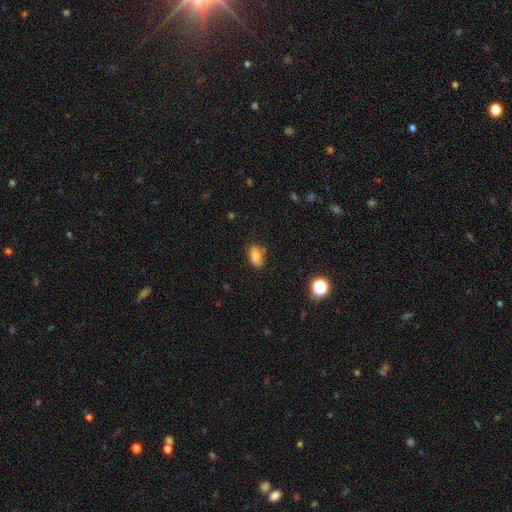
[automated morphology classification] smooth_or_featured: smooth (p=0.76) [alt: featured or disk p=0.13]
how_rounded: in between (p=0.88) [alt: round p=0.09]
merging: none (p=0.68) [alt: minor disturbance p=0.24]